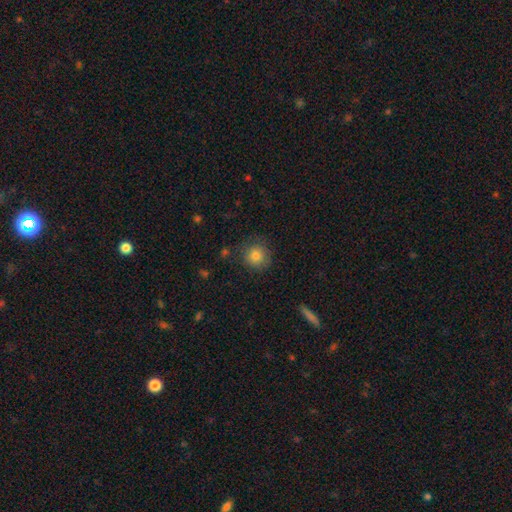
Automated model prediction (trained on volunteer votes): Smooth or featured? Predicted: smooth (p=0.82). How rounded? Predicted: round (p=0.92). Merging? Predicted: none (p=0.80).